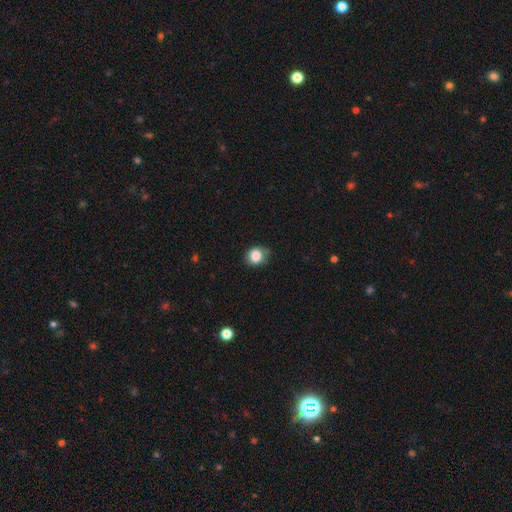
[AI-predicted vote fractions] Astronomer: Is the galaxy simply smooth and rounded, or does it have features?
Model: smooth — 84%.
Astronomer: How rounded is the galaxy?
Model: round — 74%.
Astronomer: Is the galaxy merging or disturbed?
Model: none — 68%.